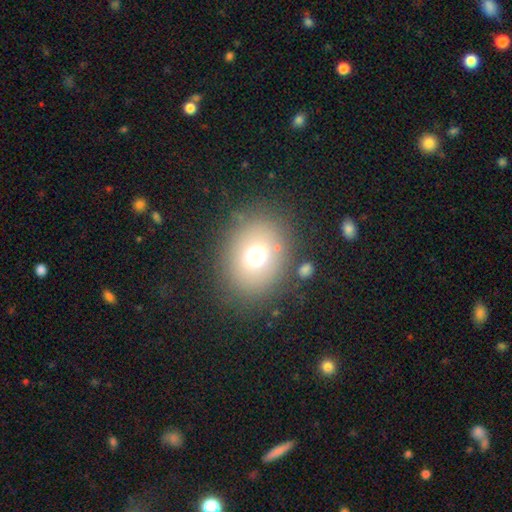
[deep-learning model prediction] A smooth galaxy with no disk features (69%) that is round (61%).

Vote fractions:
- Smooth or featured? smooth: 69% / star or artifact: 17% / featured or disk: 13%
- How rounded? round: 61% / in between: 38% / cigar-shaped: 1%
- Merging? none: 79% / minor disturbance: 10% / major disturbance: 6% / merger: 4%